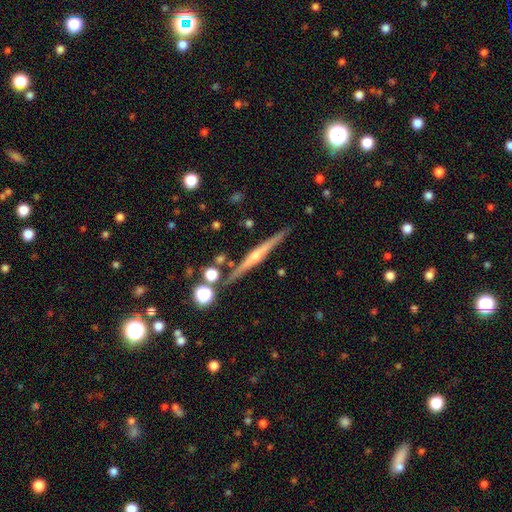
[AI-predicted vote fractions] Morphology: type=featured or disk (79%); edge-on=yes (98%); edge-on bulge=rounded (81%); merging=none (87%).